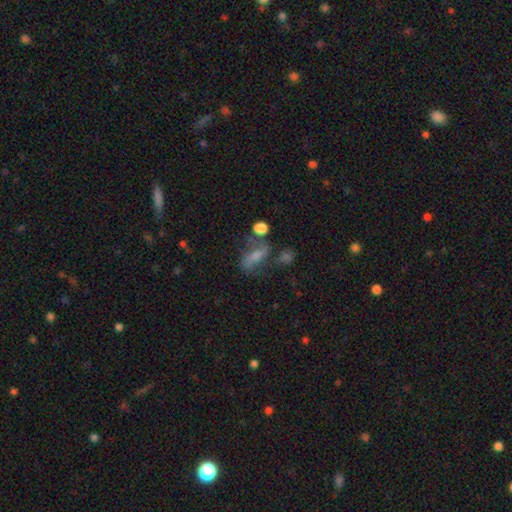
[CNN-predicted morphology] Smooth or featured? Predicted: smooth (p=0.43, tied with featured or disk). Merging? Predicted: none (p=0.42).